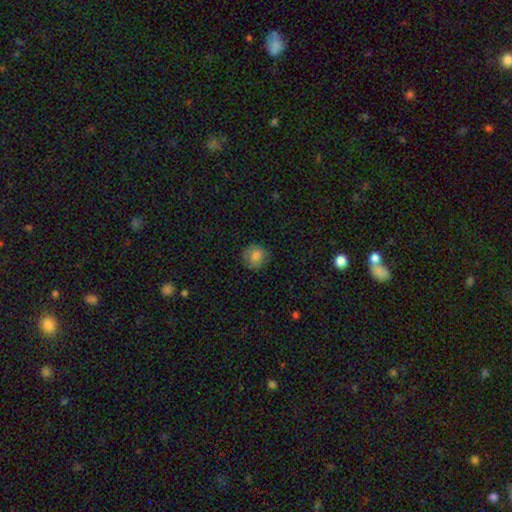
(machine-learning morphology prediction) Q: Smooth or featured?
A: smooth (80%); runner-up: featured or disk (10%)
Q: How rounded?
A: round (89%); runner-up: in between (10%)
Q: Merging?
A: none (82%); runner-up: minor disturbance (14%)